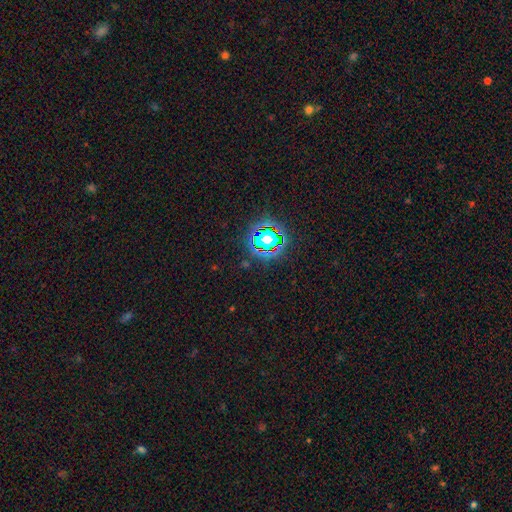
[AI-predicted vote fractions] smooth-or-featured: star or artifact: 79% | smooth: 14% | featured or disk: 7%